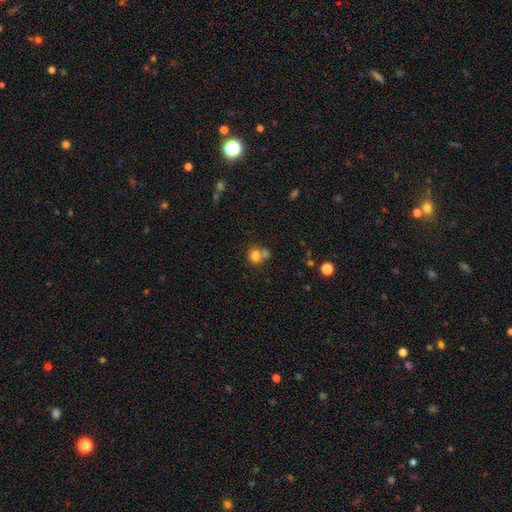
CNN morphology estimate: Smooth or featured? smooth (78%)
How rounded? round (71%)
Merging? none (44%)